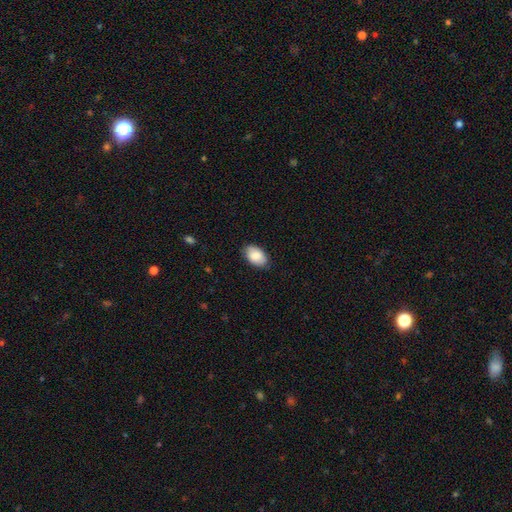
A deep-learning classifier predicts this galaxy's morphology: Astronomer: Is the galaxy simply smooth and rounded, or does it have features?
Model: smooth — 86%.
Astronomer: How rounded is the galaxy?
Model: in between — 93%.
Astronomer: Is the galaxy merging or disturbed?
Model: none — 85%.